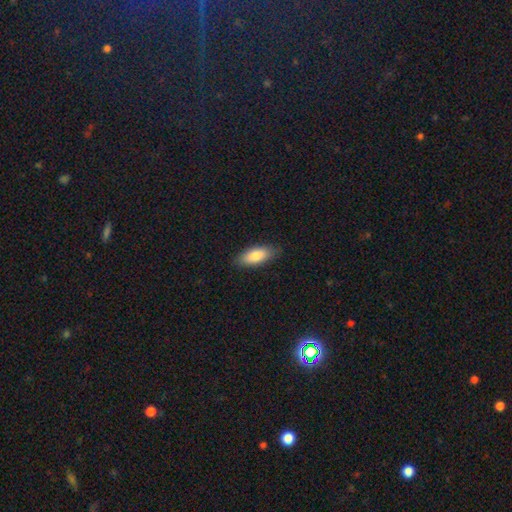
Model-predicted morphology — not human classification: Q: Smooth or featured?
A: smooth (84%); runner-up: featured or disk (10%)
Q: How rounded?
A: in between (79%); runner-up: cigar-shaped (19%)
Q: Merging?
A: none (84%); runner-up: minor disturbance (13%)